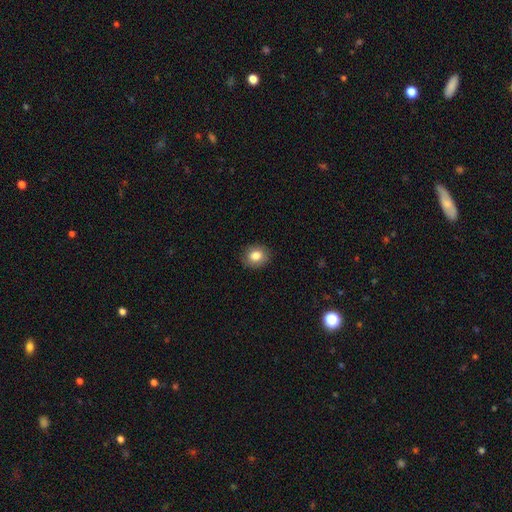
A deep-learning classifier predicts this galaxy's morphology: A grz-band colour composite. It shows a smooth galaxy with no disk features (83%) that is round (66%). Merging: none (88%).